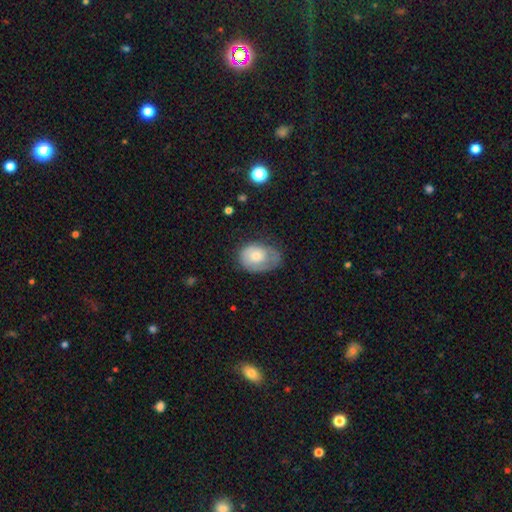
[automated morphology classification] smooth_or_featured: smooth (p=0.60) [alt: featured or disk p=0.34]
how_rounded: in between (p=0.74) [alt: round p=0.25]
merging: none (p=0.41) [alt: minor disturbance p=0.36]